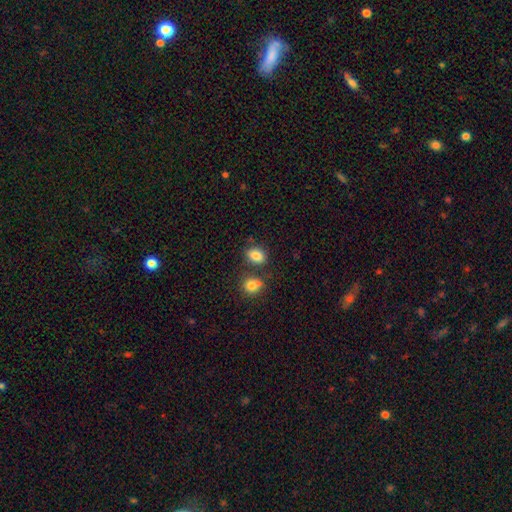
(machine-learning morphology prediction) Smooth or featured? Predicted: smooth (p=0.84). How rounded? Predicted: in between (p=0.68). Merging? Predicted: none (p=0.69).